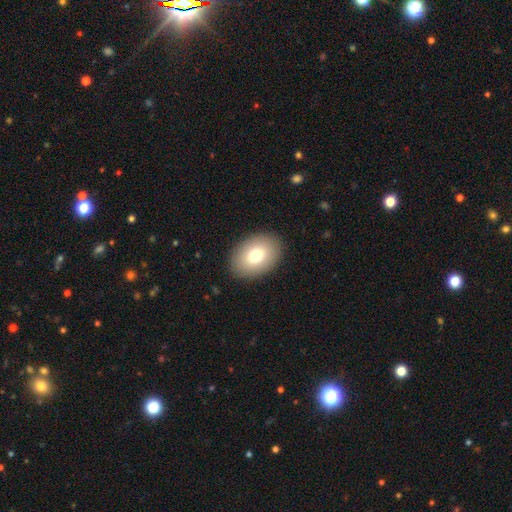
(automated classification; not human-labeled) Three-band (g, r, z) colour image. It shows a smooth galaxy with no disk features (76%) that is in between round and cigar-shaped (82%). Merging: none (89%).